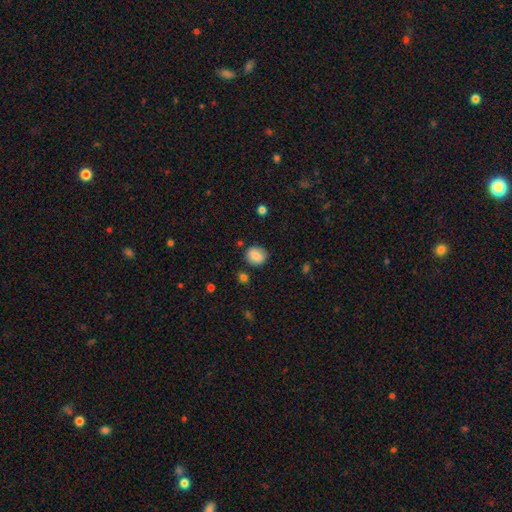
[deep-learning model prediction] A smooth galaxy with no disk features (84%) that is round (63%). Merging: none (78%).